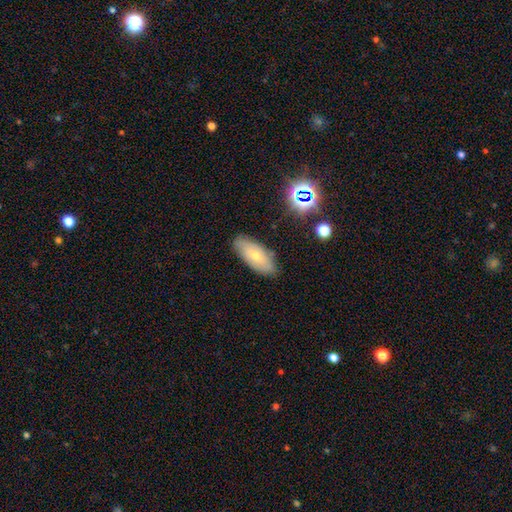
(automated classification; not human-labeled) Overall: smooth (57%; featured or disk 34%). How rounded: in between (86%). Merging: none (81%).